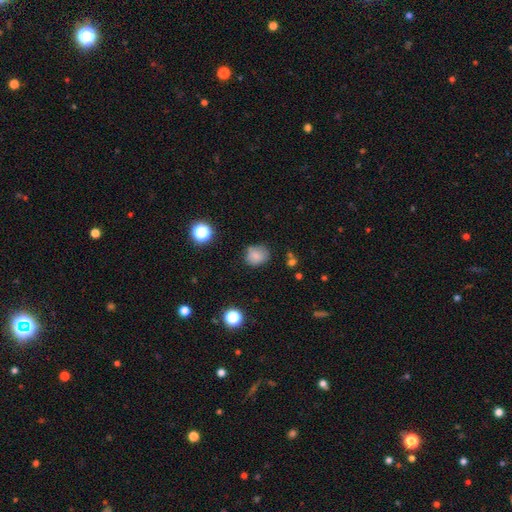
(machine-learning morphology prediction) Smooth or featured: smooth — 79% (star or artifact — 13%)
How rounded: round — 68% (in between — 31%)
Merging: none — 72% (minor disturbance — 20%)